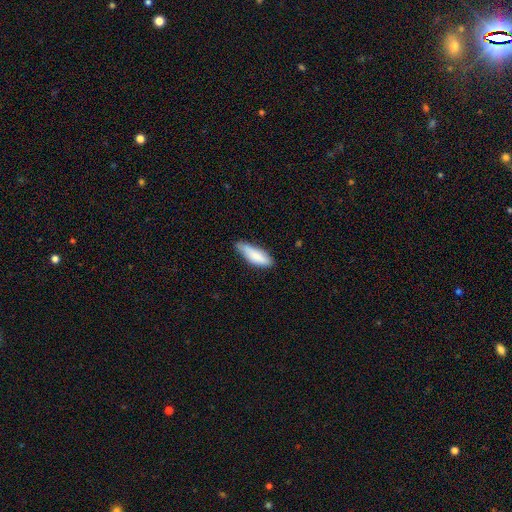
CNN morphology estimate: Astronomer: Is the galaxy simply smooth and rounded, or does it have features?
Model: smooth — 83%.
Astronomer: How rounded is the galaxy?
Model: in between — 50% (runner-up: cigar-shaped, 49%).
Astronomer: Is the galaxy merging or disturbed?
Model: none — 61%.